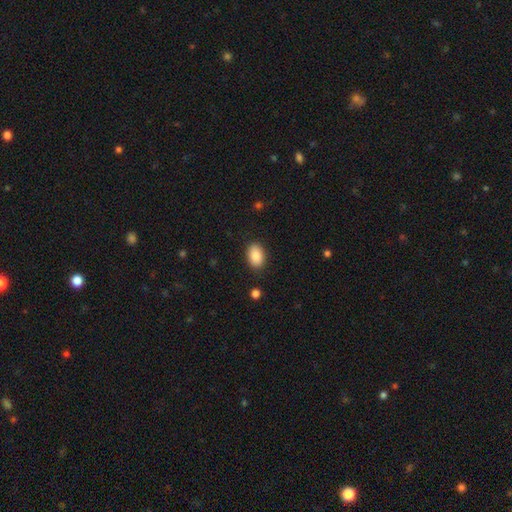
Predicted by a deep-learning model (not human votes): Smooth or featured: smooth — 87% (star or artifact — 7%)
How rounded: in between — 86% (round — 12%)
Merging: none — 87% (minor disturbance — 9%)